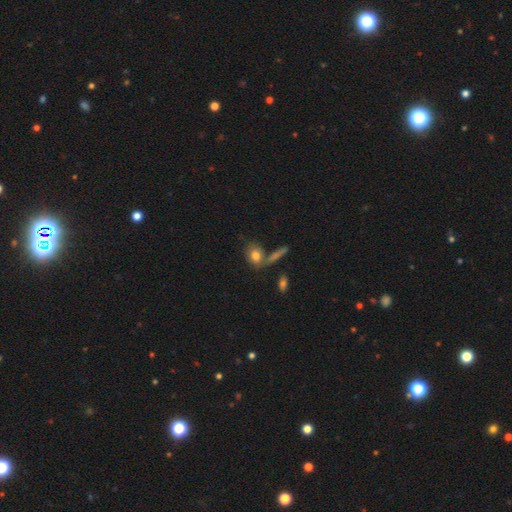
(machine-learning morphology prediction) Smooth or featured?
  - smooth: 77% *
  - featured or disk: 14%
  - star or artifact: 9%
How rounded?
  - in between: 59% *
  - round: 37%
  - cigar-shaped: 4%
Merging?
  - none: 56% *
  - merger: 23%
  - minor disturbance: 15%
  - major disturbance: 7%